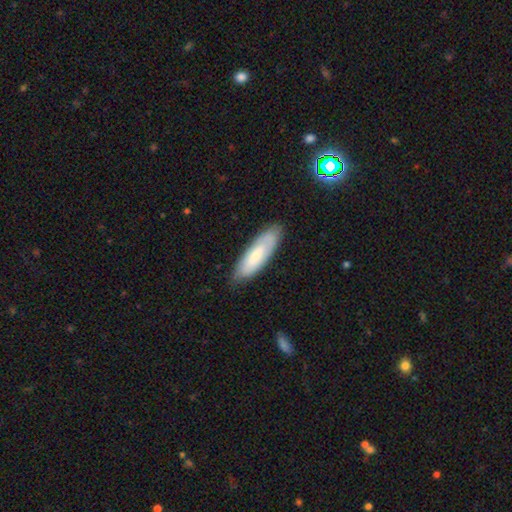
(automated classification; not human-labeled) Smooth or featured? Predicted: smooth (p=0.59). How rounded? Predicted: cigar-shaped (p=0.50). Merging? Predicted: none (p=0.80).